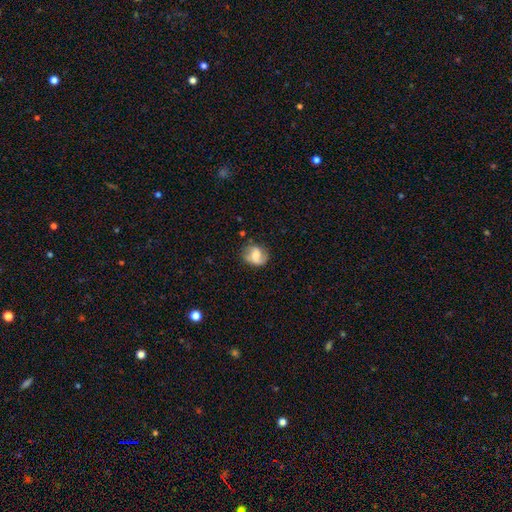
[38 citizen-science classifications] smooth-or-featured: smooth: 50% | featured or disk: 45% | star or artifact: 5%
  how-rounded: round: 53% | in between: 47% | cigar-shaped: 0%
  merging: none: 53% | minor disturbance: 31% | major disturbance: 14% | merger: 3%